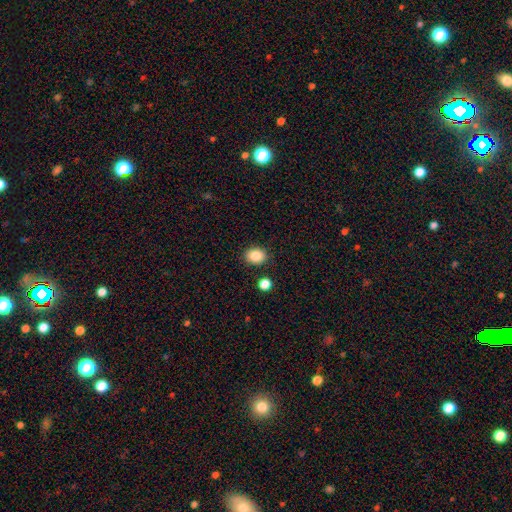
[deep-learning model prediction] Morphology: type=smooth (86%); roundness=round (53%); merging=none (87%).